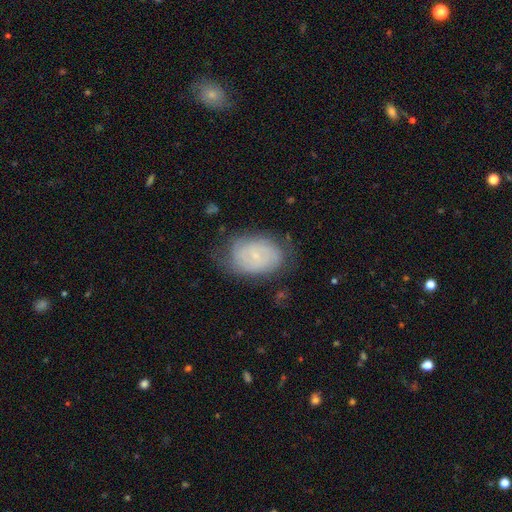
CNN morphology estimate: smooth_or_featured: featured or disk (p=0.53) [alt: smooth p=0.38]
disk_edge_on: no (p=0.96) [alt: yes p=0.04]
bar: no (p=0.65) [alt: weak p=0.30]
has_spiral_arms: yes (p=0.78) [alt: no p=0.22]
bulge_size: small (p=0.80) [alt: moderate p=0.11]
merging: none (p=0.65) [alt: minor disturbance p=0.24]